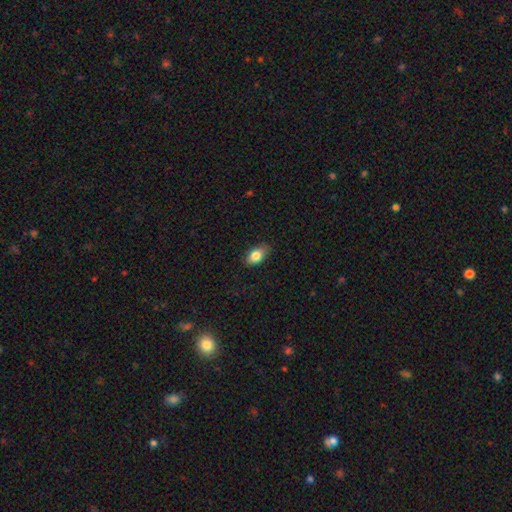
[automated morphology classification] Smooth or featured: smooth — 82% (featured or disk — 10%)
How rounded: in between — 89% (round — 8%)
Merging: none — 82% (minor disturbance — 15%)